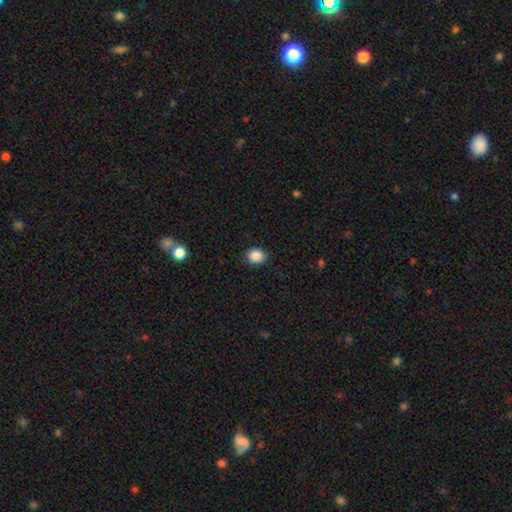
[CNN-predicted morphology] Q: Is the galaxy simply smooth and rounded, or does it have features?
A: smooth — 88%.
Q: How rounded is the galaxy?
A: round — 56%.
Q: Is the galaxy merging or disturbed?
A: none — 86%.